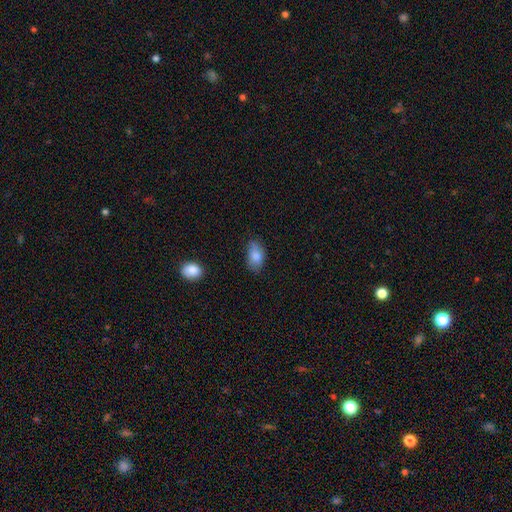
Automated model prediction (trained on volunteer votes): Morphology: type=smooth (83%); roundness=in between (91%); merging=none (72%).